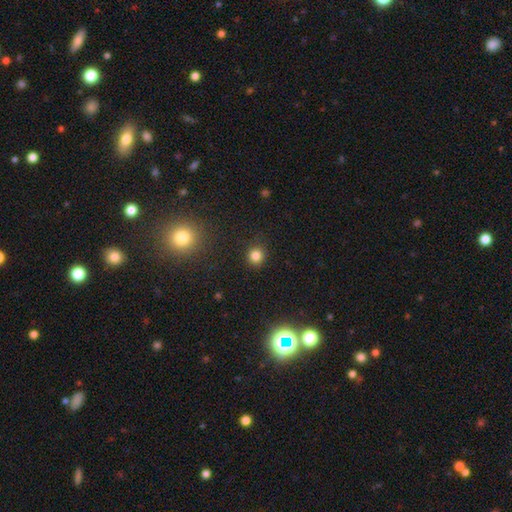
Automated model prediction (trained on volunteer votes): Smooth or featured? smooth (81%)
How rounded? round (90%)
Merging? none (89%)